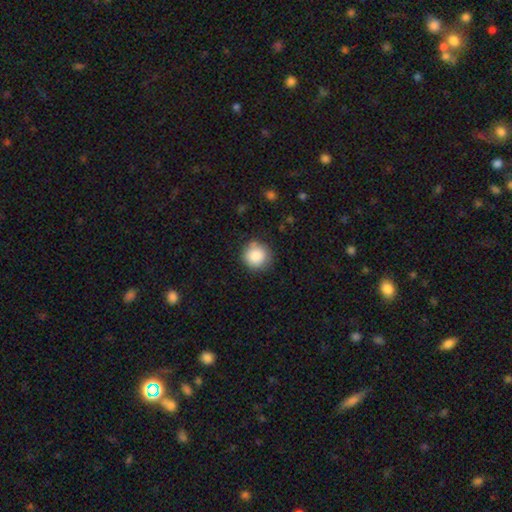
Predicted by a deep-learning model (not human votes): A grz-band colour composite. It shows a smooth galaxy with no disk features (87%) that is round (94%). Merging: none (84%).